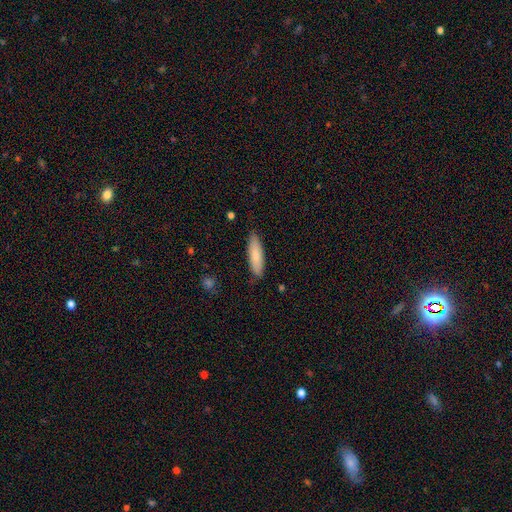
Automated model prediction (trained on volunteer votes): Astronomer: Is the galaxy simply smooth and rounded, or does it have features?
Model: smooth — 80%.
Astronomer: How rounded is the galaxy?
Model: cigar-shaped — 62%.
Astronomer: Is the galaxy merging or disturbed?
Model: none — 85%.